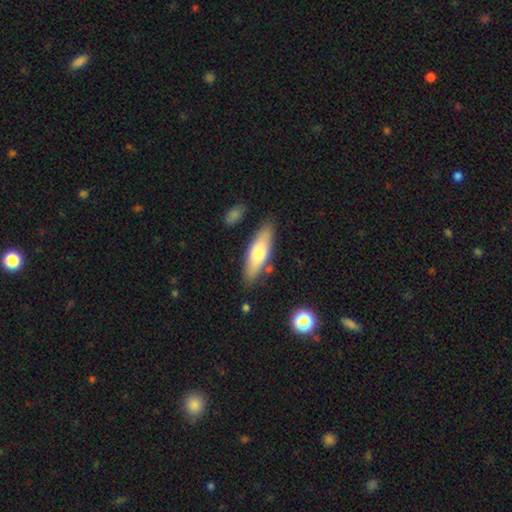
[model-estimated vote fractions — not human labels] Morphology: type=smooth (67%); roundness=in between (50%); merging=none (82%).